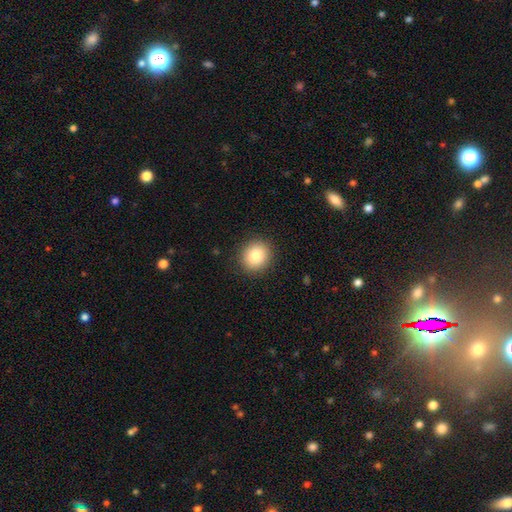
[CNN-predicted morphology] Smooth or featured: smooth — 84% (star or artifact — 9%)
How rounded: round — 82% (in between — 17%)
Merging: none — 90% (minor disturbance — 7%)